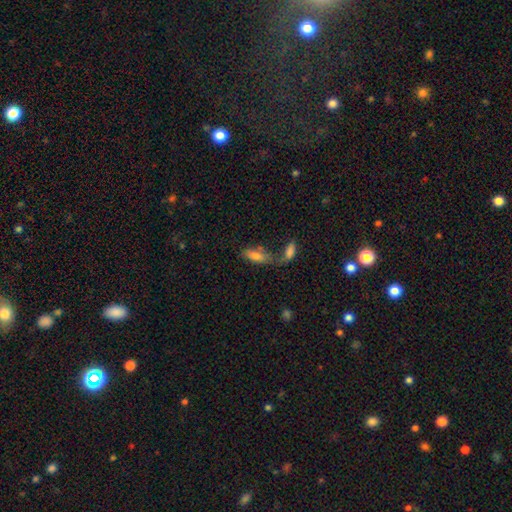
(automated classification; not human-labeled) Smooth or featured? Predicted: smooth (p=0.75). How rounded? Predicted: in between (p=0.74). Merging? Predicted: merger (p=0.44).